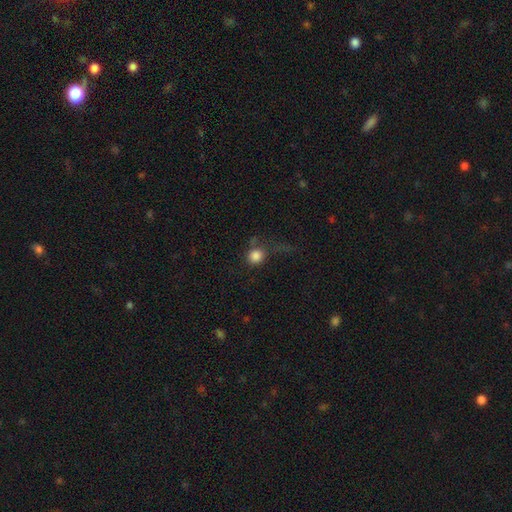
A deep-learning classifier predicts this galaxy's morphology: The model was most divided on "merging": none: 51%, major disturbance: 22%, minor disturbance: 20%, merger: 8%. More confident: how rounded — round (87%); smooth or featured — smooth (83%).